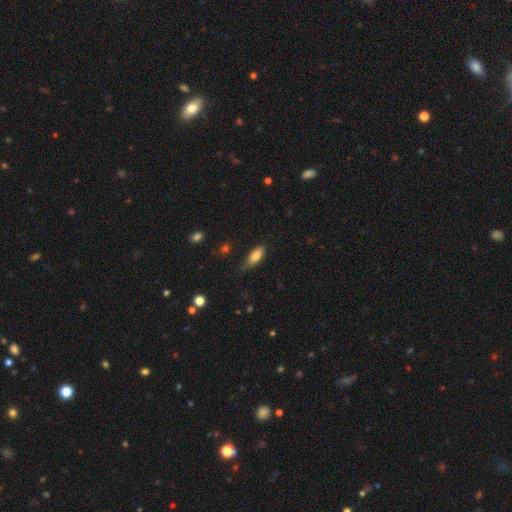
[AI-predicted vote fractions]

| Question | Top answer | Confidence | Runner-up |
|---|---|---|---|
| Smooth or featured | smooth | 78% | featured or disk (14%) |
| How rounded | in between | 74% | cigar-shaped (23%) |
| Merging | none | 61% | minor disturbance (30%) |